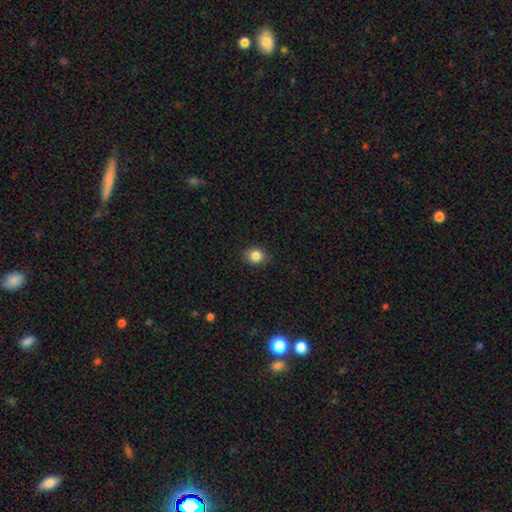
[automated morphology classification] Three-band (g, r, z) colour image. It shows a smooth galaxy with no disk features (84%) that is round (70%). Merging: none (88%).